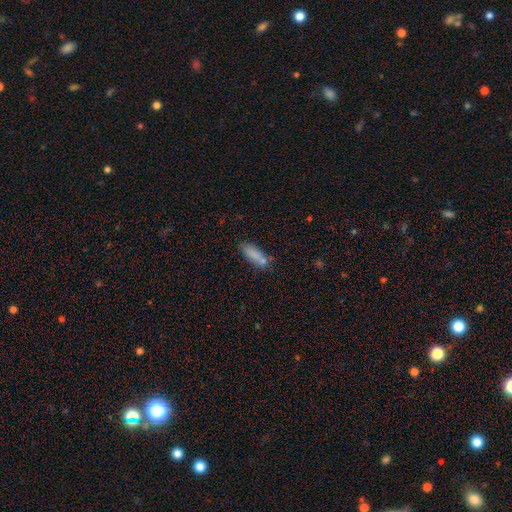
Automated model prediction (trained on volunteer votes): Smooth or featured: smooth — 80% (featured or disk — 10%)
How rounded: in between — 55% (cigar-shaped — 43%)
Merging: none — 63% (minor disturbance — 19%)